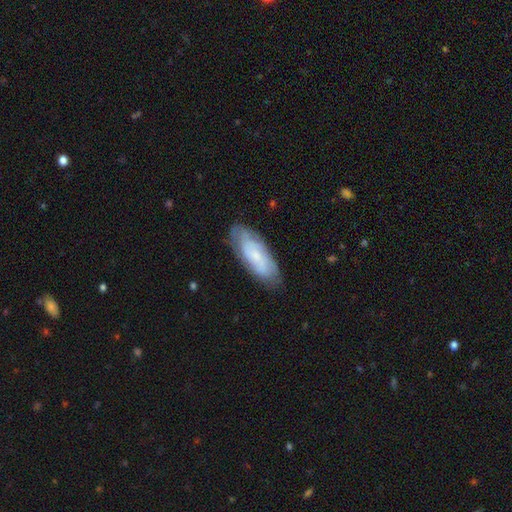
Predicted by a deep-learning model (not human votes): A featured or disk galaxy (49%).

Vote fractions:
- Smooth or featured? featured or disk: 49% / smooth: 44% / star or artifact: 7%
- Merging? none: 75% / minor disturbance: 19% / major disturbance: 5% / merger: 1%